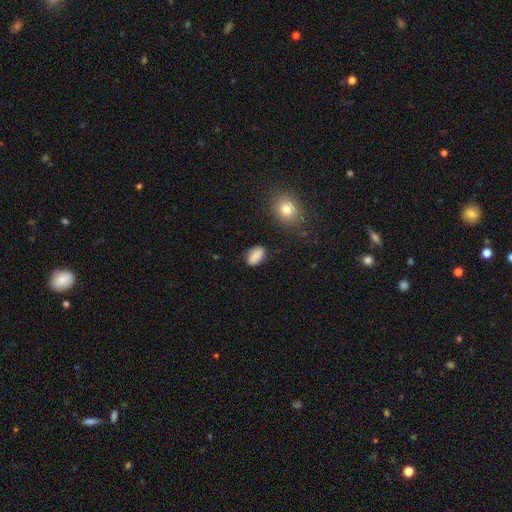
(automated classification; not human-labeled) A smooth galaxy with no disk features (87%) that is in between round and cigar-shaped (89%).

Vote fractions:
- Smooth or featured? smooth: 87% / star or artifact: 8% / featured or disk: 6%
- How rounded? in between: 89% / round: 7% / cigar-shaped: 3%
- Merging? none: 81% / minor disturbance: 13% / major disturbance: 3% / merger: 2%